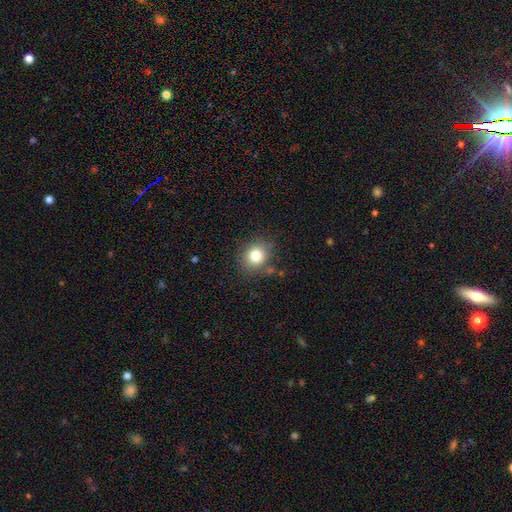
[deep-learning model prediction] A smooth galaxy with no disk features (80%) that is round (75%). Merging: none (81%).